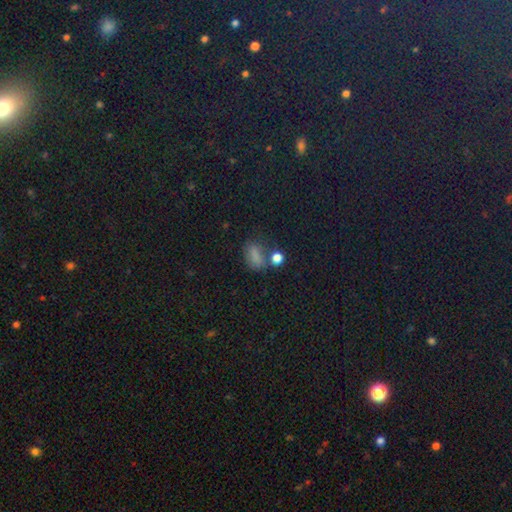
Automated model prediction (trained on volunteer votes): Smooth or featured? Predicted: smooth (p=0.75). How rounded? Predicted: in between (p=0.74). Merging? Predicted: none (p=0.50).